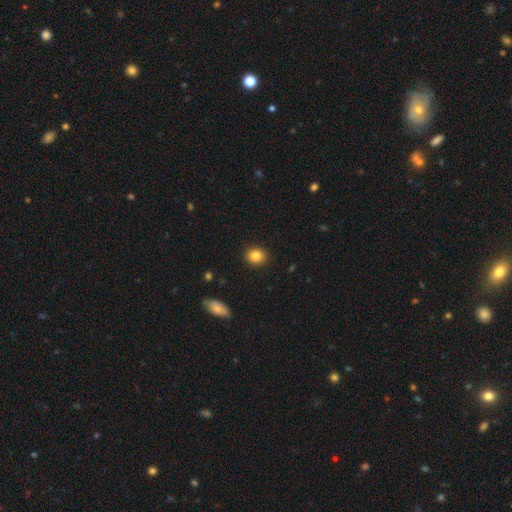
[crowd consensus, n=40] Smooth or featured?
  - smooth: 88% *
  - featured or disk: 8%
  - star or artifact: 5%
How rounded?
  - round: 66% *
  - in between: 34%
  - cigar-shaped: 0%
Merging?
  - none: 92% *
  - minor disturbance: 5%
  - merger: 3%
  - major disturbance: 0%